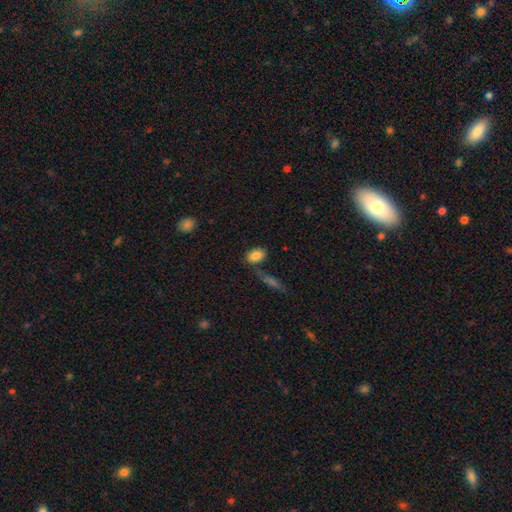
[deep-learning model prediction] The model was most divided on "merging": none: 70%, minor disturbance: 14%, merger: 12%, major disturbance: 4%. More confident: how rounded — in between (86%); smooth or featured — smooth (85%).